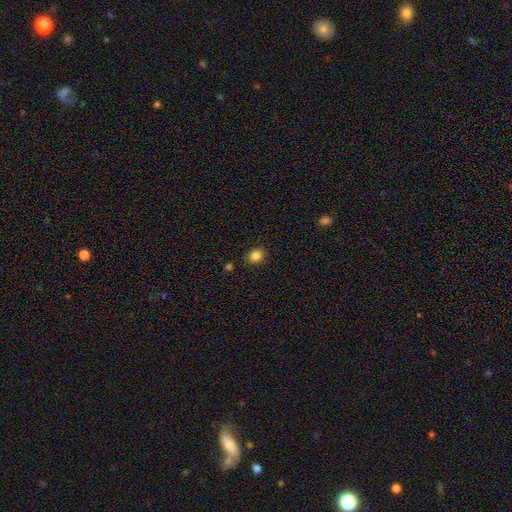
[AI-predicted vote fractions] This is clearly a smooth galaxy (84%). How rounded: possibly round (59%). Merging: clearly none (85%).